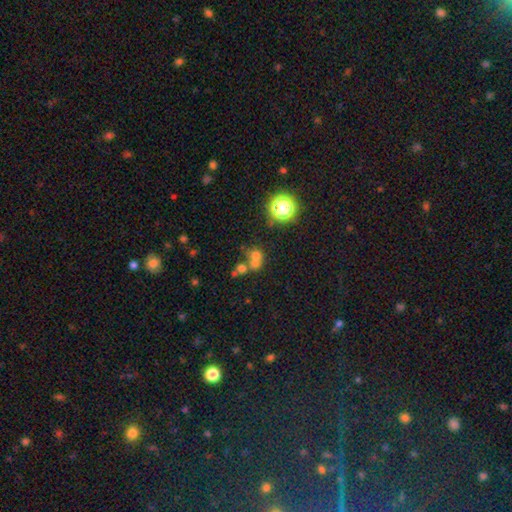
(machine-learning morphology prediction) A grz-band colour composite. It shows a smooth galaxy with no disk features (57%) that is round (76%). Merging: merger (52%).